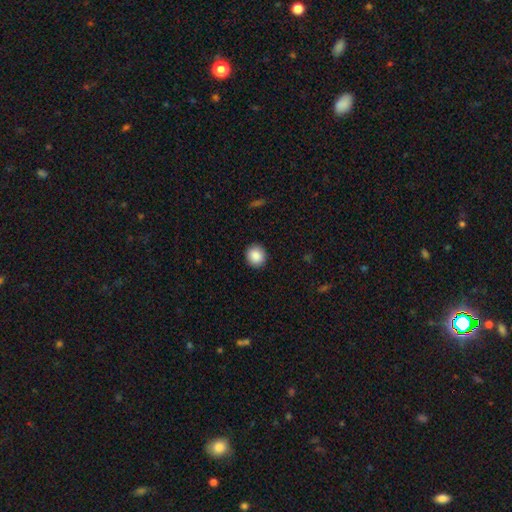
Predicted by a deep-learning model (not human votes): smooth_or_featured: smooth (p=0.89) [alt: star or artifact p=0.08]
how_rounded: round (p=0.89) [alt: in between p=0.11]
merging: none (p=0.92) [alt: minor disturbance p=0.06]